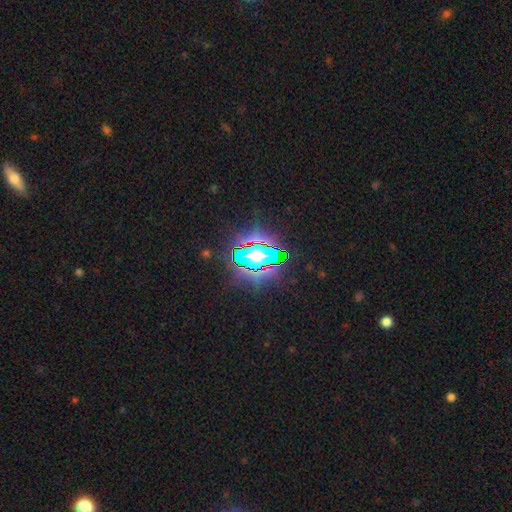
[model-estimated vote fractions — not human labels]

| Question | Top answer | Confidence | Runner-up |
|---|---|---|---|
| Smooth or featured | star or artifact | 69% | smooth (19%) |